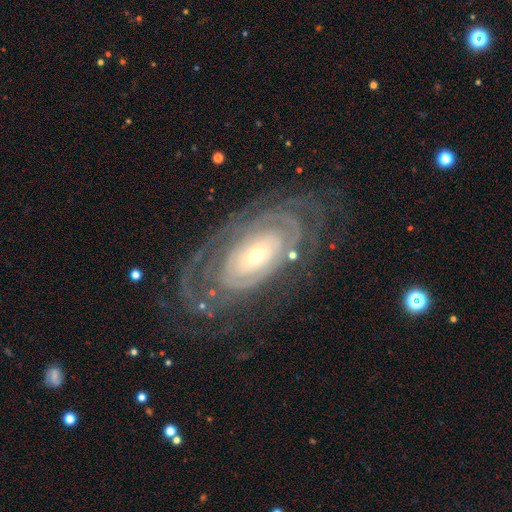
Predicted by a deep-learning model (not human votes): This is clearly a featured or disk galaxy (83%). It is clearly not viewed edge-on (93%). Bar: likely no (75%). Spiral arm pattern: clearly yes (87%). Spiral arm count: possibly can't tell (48%). Spiral winding: likely tight (79%). Central bulge: likely small (66%). Merging: likely none (71%).